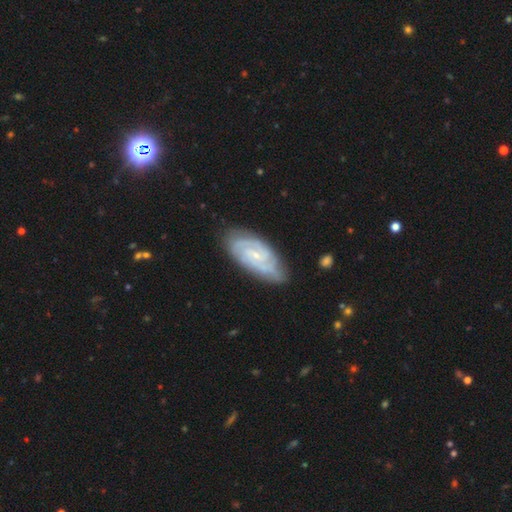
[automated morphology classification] Q: Smooth or featured?
A: featured or disk (84%); runner-up: smooth (10%)
Q: Edge-on disk?
A: no (95%); runner-up: yes (5%)
Q: Bar?
A: no (47%); runner-up: weak (43%)
Q: Spiral arms?
A: yes (97%); runner-up: no (3%)
Q: Spiral winding?
A: tight (57%); runner-up: medium (35%)
Q: Spiral arm count?
A: 2 (52%); runner-up: 3 (19%)
Q: Bulge size?
A: small (78%); runner-up: moderate (17%)
Q: Merging?
A: none (77%); runner-up: minor disturbance (17%)